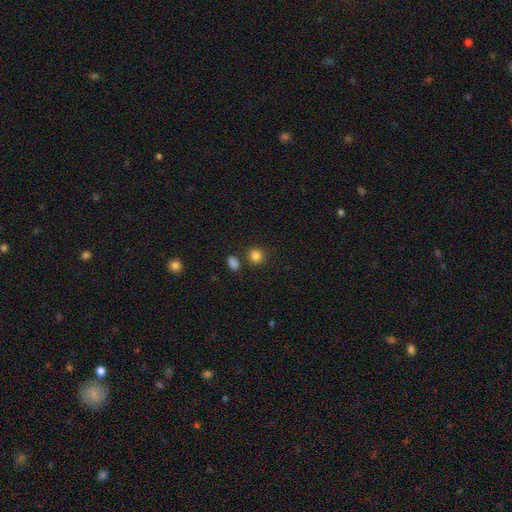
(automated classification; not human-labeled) Morphology: type=smooth (84%); roundness=round (86%); merging=none (80%).